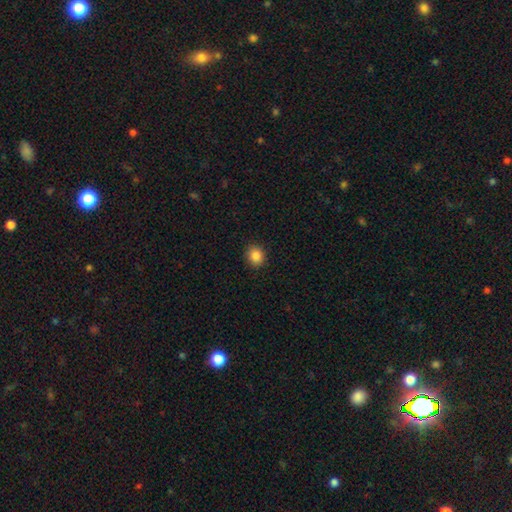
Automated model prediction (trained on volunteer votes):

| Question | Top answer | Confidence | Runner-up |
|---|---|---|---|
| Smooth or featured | smooth | 86% | star or artifact (10%) |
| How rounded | round | 76% | in between (23%) |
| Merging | none | 90% | minor disturbance (7%) |